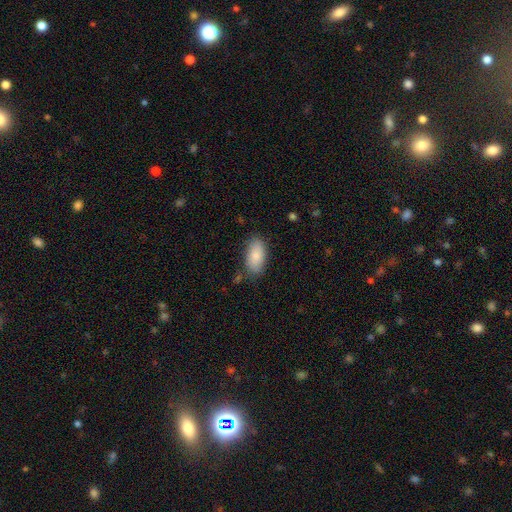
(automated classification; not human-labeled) smooth_or_featured: smooth (p=0.84) [alt: featured or disk p=0.09]
how_rounded: in between (p=0.92) [alt: cigar-shaped p=0.06]
merging: none (p=0.78) [alt: minor disturbance p=0.16]